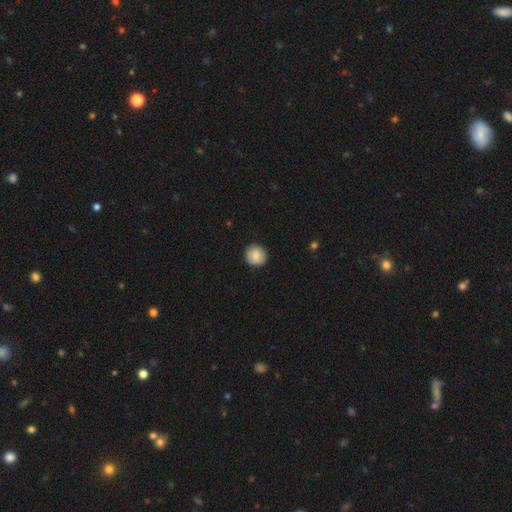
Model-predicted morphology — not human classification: smooth_or_featured: smooth (p=0.80) [alt: featured or disk p=0.13]
how_rounded: round (p=0.92) [alt: in between p=0.07]
merging: none (p=0.90) [alt: minor disturbance p=0.08]